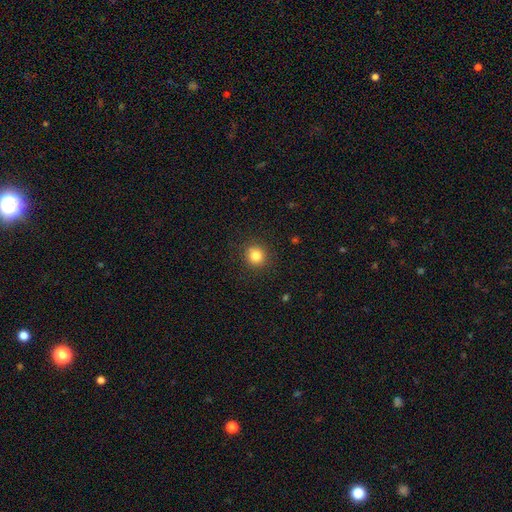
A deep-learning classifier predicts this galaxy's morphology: This appears to be a smooth galaxy with no disk features (82%) that is round (91%). Merging: none (90%).